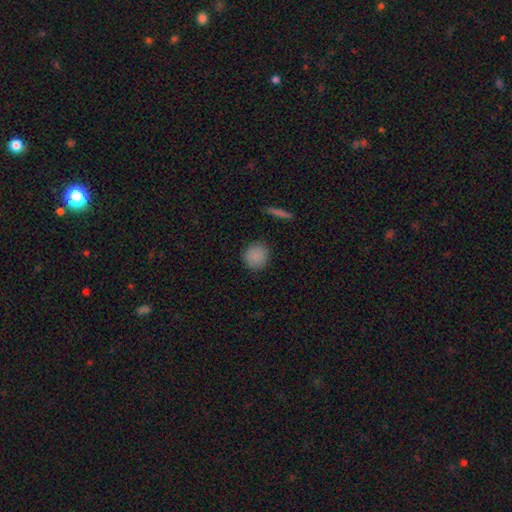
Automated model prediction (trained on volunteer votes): This is clearly a smooth galaxy (87%). How rounded: clearly round (90%). Merging: clearly none (90%).